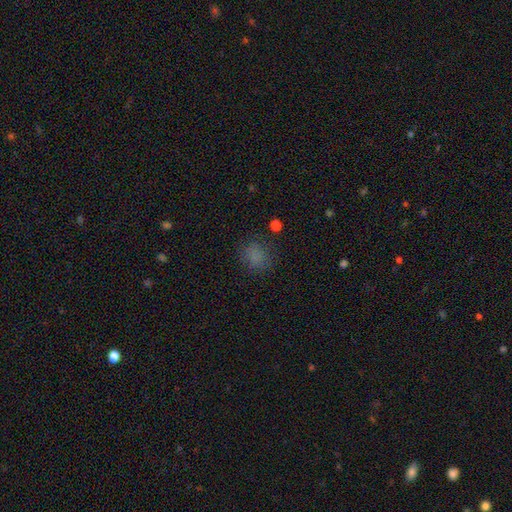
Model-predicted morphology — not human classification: smooth_or_featured: smooth (p=0.76) [alt: star or artifact p=0.18]
how_rounded: round (p=0.70) [alt: in between p=0.29]
merging: none (p=0.77) [alt: minor disturbance p=0.14]